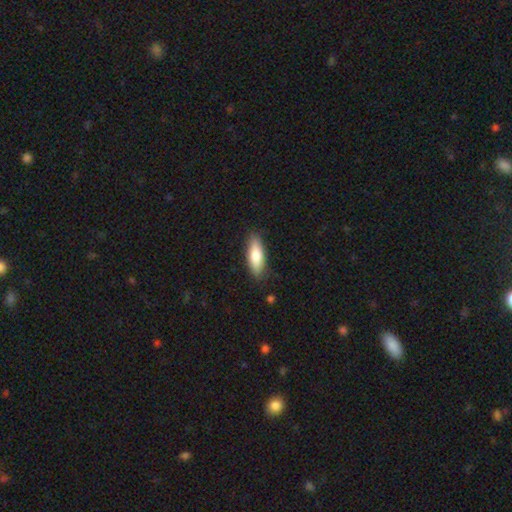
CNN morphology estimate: This appears to be a smooth galaxy with no disk features (80%) that is in between round and cigar-shaped (61%). Merging: none (84%).